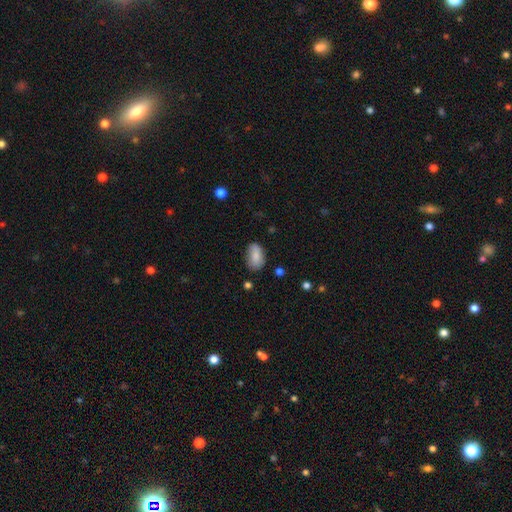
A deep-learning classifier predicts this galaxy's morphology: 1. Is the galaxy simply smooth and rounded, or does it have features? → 83% smooth, 9% featured or disk, 7% star or artifact.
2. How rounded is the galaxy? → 91% in between, 7% round, 2% cigar-shaped.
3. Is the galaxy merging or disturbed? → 70% none, 23% minor disturbance, 5% major disturbance, 2% merger.